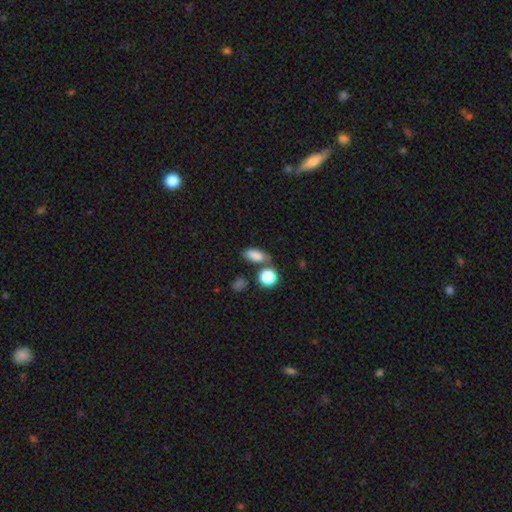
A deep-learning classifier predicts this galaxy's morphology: This appears to be a smooth galaxy with no disk features (83%) that is in between round and cigar-shaped (79%). Merging: none (62%).